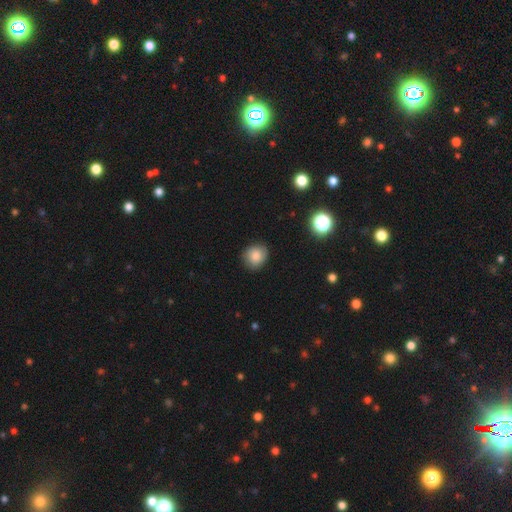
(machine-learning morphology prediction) This appears to be a smooth galaxy with no disk features (84%) that is round (78%). Merging: none (85%).